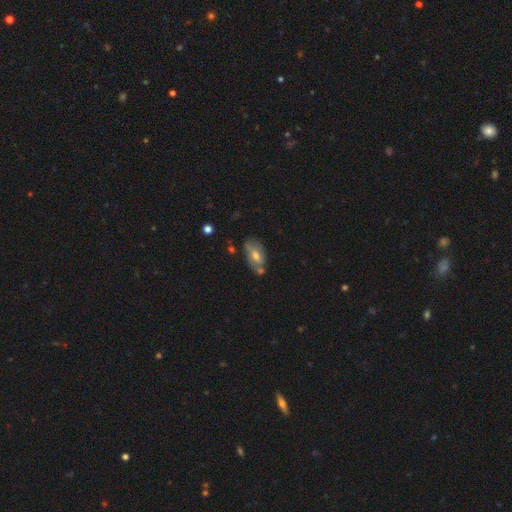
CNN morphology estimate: Smooth or featured? smooth (51%)
How rounded? in between (89%)
Merging? none (58%)